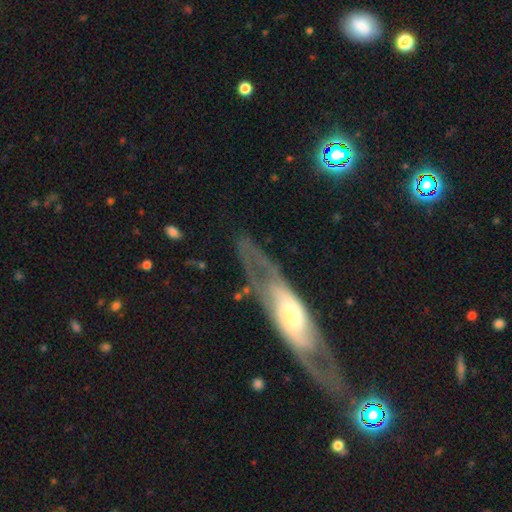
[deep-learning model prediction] Smooth or featured? featured or disk (80%)
Edge-on disk? no (70%)
Bar? no (52%)
Spiral arms? yes (86%)
Bulge size? moderate (38%)
Merging? none (73%)